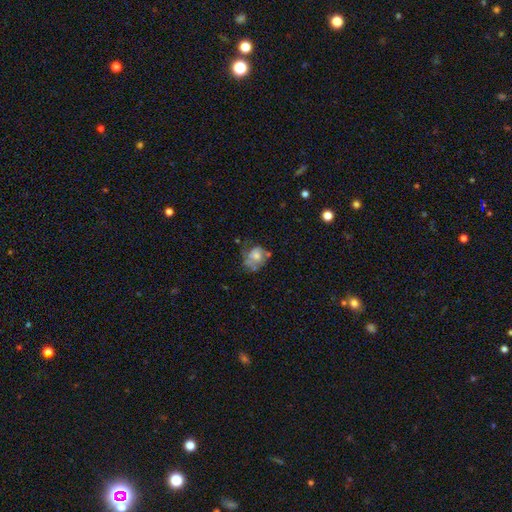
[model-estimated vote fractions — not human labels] This is possibly a smooth galaxy (50%). Merging: marginally none (36%).